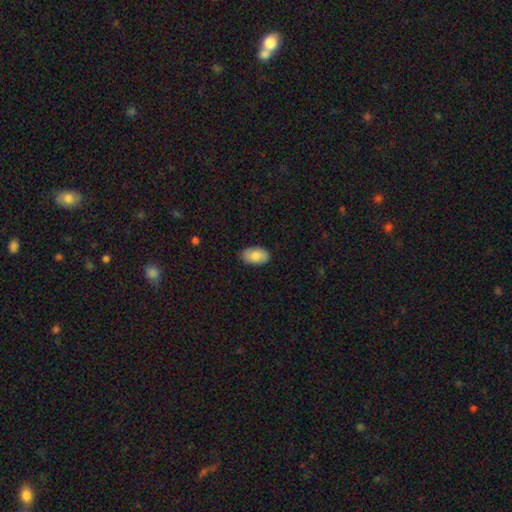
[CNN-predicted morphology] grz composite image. It shows a smooth galaxy with no disk features (83%) that is in between round and cigar-shaped (93%). Merging: none (85%).